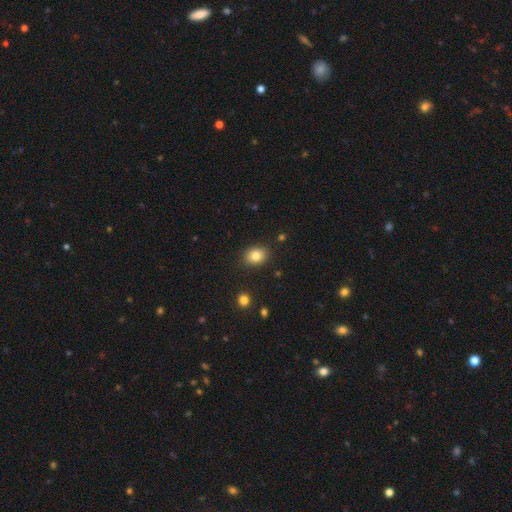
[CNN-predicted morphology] type=smooth (82%); roundness=in between (61%); merging=none (88%).